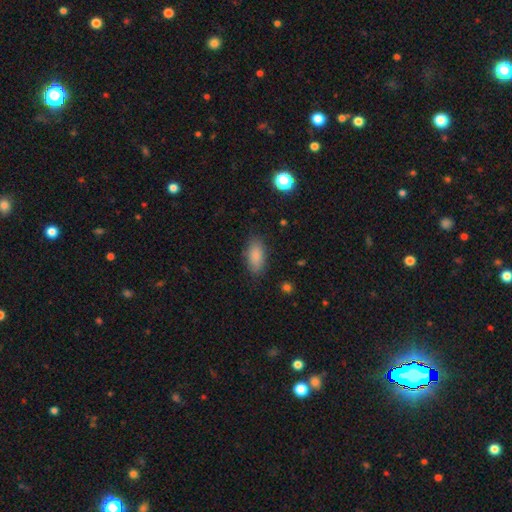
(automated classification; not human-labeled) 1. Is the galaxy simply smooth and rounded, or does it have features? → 86% smooth, 8% star or artifact, 6% featured or disk.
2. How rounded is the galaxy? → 90% in between, 6% cigar-shaped, 3% round.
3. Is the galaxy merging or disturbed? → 82% none, 13% minor disturbance, 4% major disturbance, 1% merger.